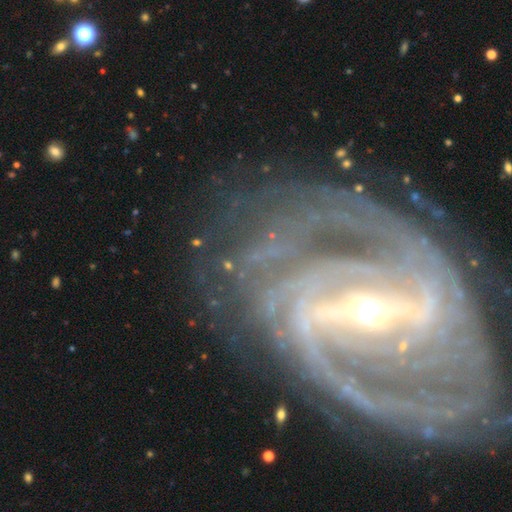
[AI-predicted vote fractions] This appears to be a featured or disk galaxy (88%) with a strong bar (66%), 2 (30%) tight (55%) spiral arms (93%) and a small central bulge (47%). Merging: none (64%).